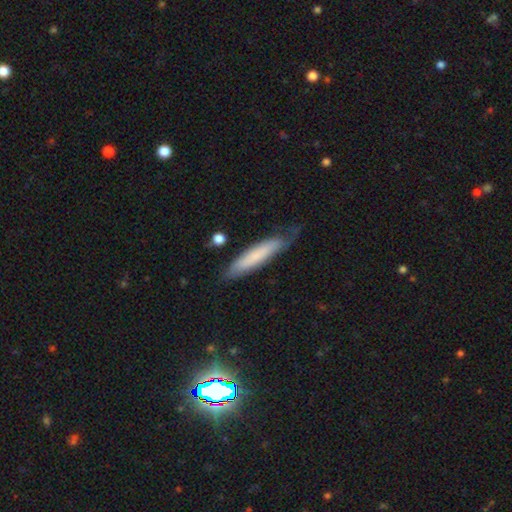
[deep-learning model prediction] smooth-or-featured: smooth: 67% | featured or disk: 27% | star or artifact: 6%
  how-rounded: cigar-shaped: 84% | in between: 14% | round: 1%
  merging: none: 65% | minor disturbance: 25% | major disturbance: 7% | merger: 2%